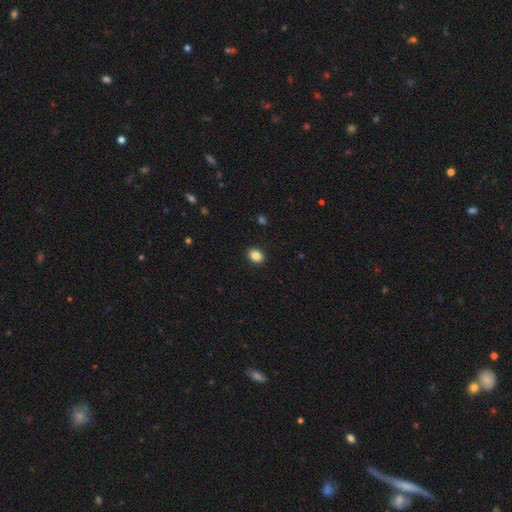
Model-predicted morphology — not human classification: This appears to be a smooth galaxy with no disk features (86%) that is in between round and cigar-shaped (65%). Merging: none (91%).